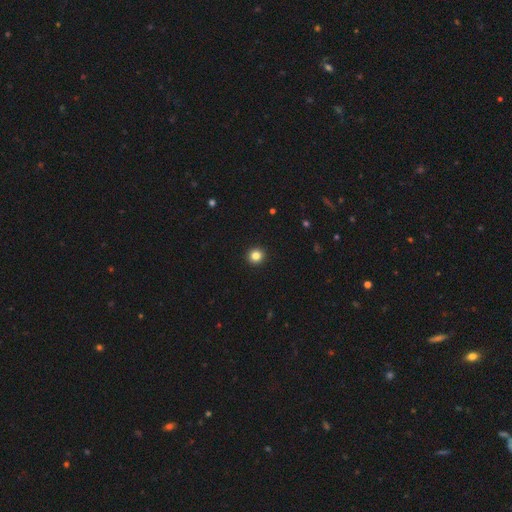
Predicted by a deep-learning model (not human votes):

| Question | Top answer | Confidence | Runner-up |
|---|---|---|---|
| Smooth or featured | smooth | 83% | star or artifact (12%) |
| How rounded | round | 94% | in between (5%) |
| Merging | none | 94% | minor disturbance (4%) |